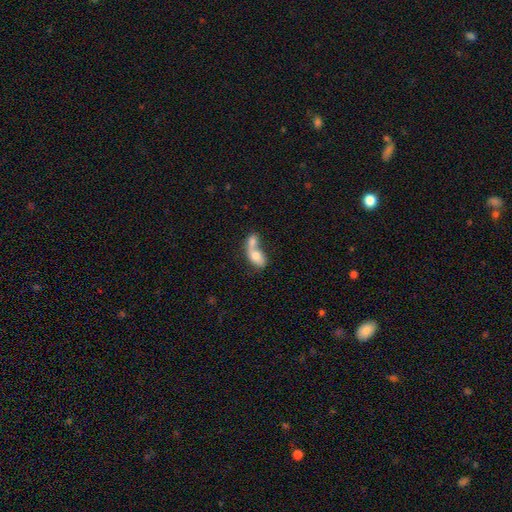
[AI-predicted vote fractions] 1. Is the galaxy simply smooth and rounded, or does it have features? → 70% smooth, 23% featured or disk, 7% star or artifact.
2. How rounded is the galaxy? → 81% in between, 12% round, 6% cigar-shaped.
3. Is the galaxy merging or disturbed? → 75% merger, 13% none, 6% major disturbance, 6% minor disturbance.